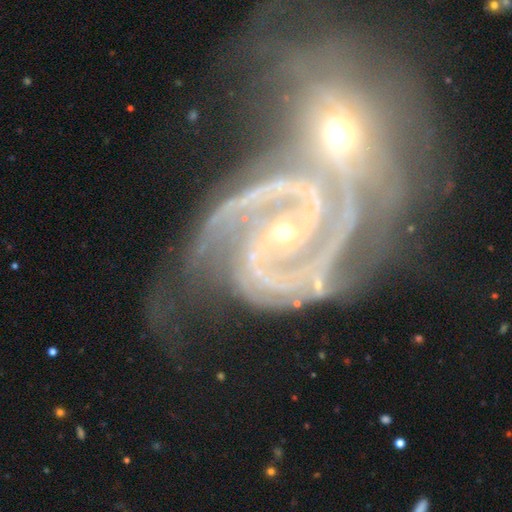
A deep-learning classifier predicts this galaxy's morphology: Smooth or featured? featured or disk (90%)
Edge-on disk? no (98%)
Bar? strong (35%)
Spiral arms? yes (98%)
Spiral winding? tight (47%)
Spiral arm count? 2 (52%)
Bulge size? small (80%)
Merging? none (53%)